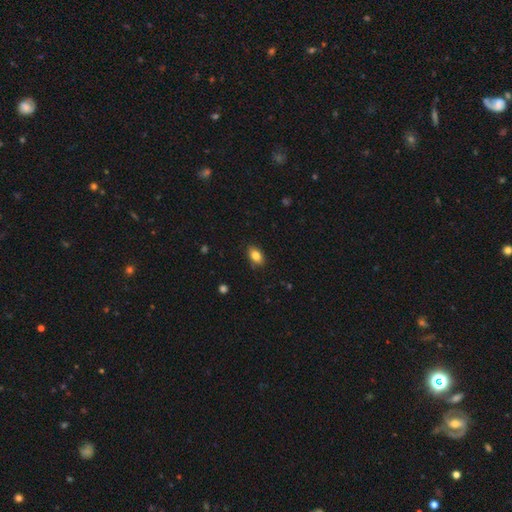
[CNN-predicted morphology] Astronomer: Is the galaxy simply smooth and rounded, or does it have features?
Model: smooth — 83%.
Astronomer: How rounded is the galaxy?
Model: in between — 87%.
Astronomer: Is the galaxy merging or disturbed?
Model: none — 84%.